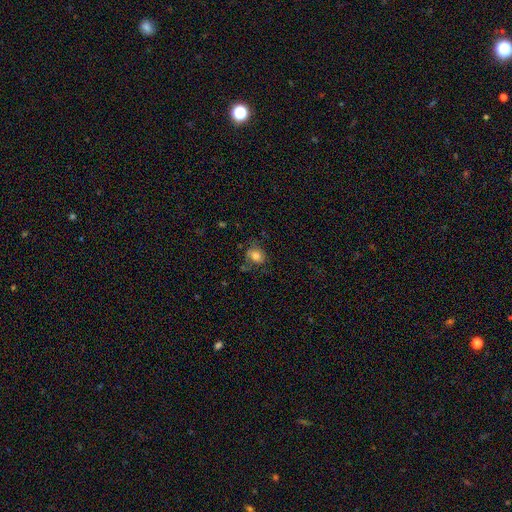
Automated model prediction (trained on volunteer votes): Q: Smooth or featured?
A: smooth (75%); runner-up: featured or disk (15%)
Q: How rounded?
A: in between (52%); runner-up: round (47%)
Q: Merging?
A: none (58%); runner-up: minor disturbance (26%)